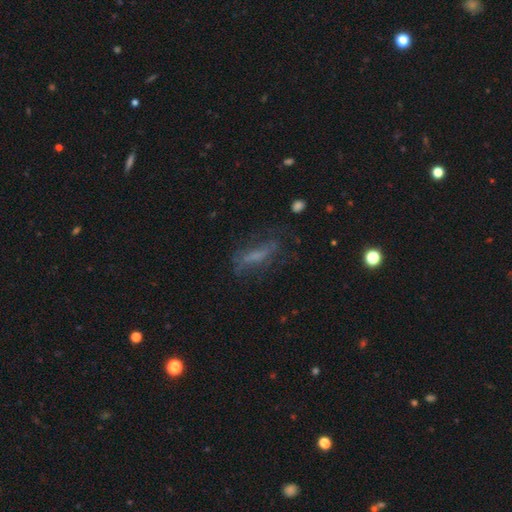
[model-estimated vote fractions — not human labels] Smooth or featured? smooth (44%)
Merging? none (58%)